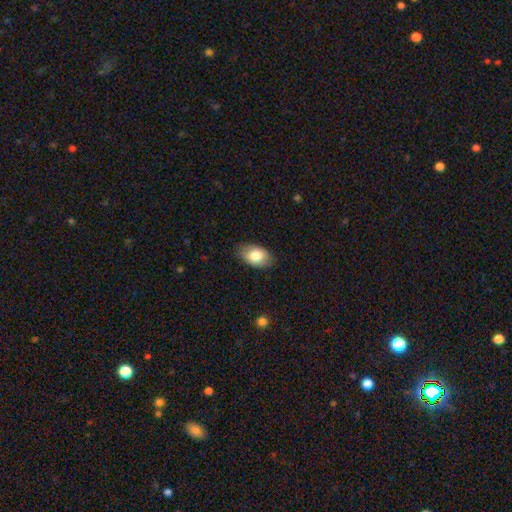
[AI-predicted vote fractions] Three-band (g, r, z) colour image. It shows a smooth galaxy with no disk features (80%) that is in between round and cigar-shaped (92%). Merging: none (84%).